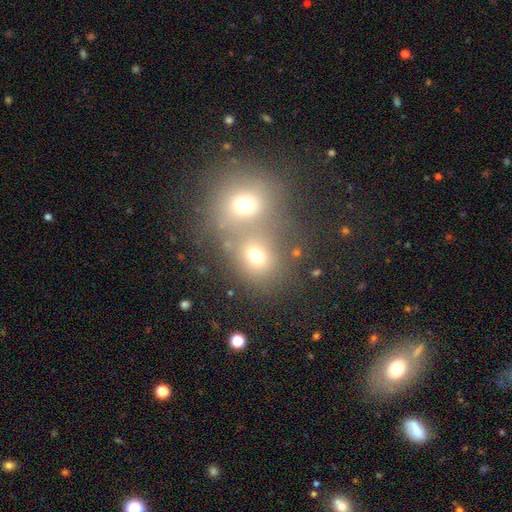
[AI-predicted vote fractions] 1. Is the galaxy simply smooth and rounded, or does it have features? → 70% smooth, 17% star or artifact, 13% featured or disk.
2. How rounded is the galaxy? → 67% round, 32% in between, 1% cigar-shaped.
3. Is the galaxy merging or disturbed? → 60% merger, 30% none, 6% minor disturbance, 4% major disturbance.